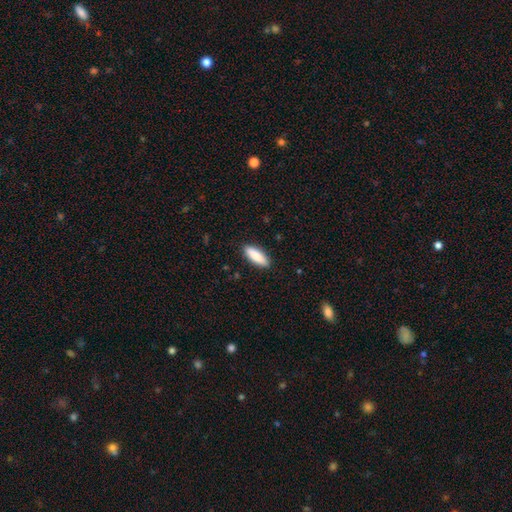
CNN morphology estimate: This appears to be a smooth galaxy with no disk features (86%) that is in between round and cigar-shaped (63%). Merging: none (89%).